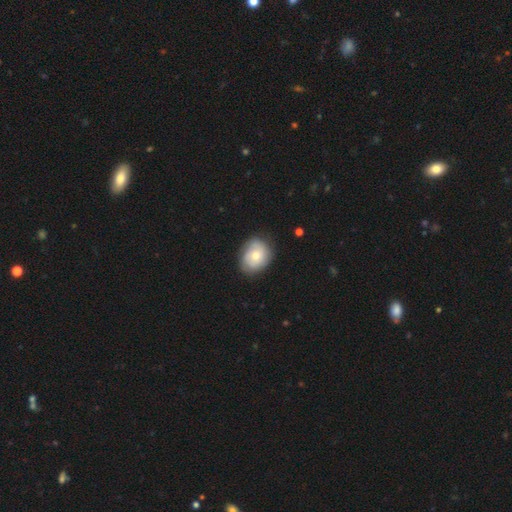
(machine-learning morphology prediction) Overall: smooth (57%; featured or disk 37%). How rounded: round (51%; in between 48%). Merging: none (73%).